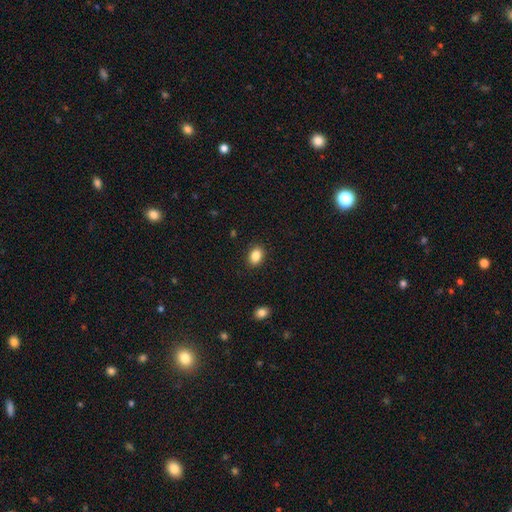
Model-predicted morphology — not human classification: Q: Smooth or featured?
A: smooth (86%); runner-up: star or artifact (9%)
Q: How rounded?
A: in between (75%); runner-up: round (24%)
Q: Merging?
A: none (89%); runner-up: minor disturbance (8%)